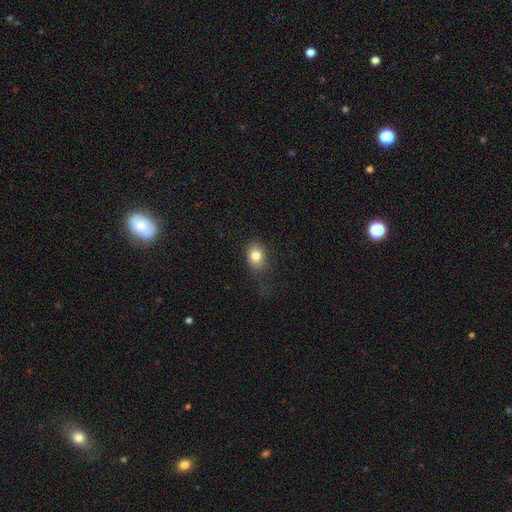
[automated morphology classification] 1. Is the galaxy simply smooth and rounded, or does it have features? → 81% smooth, 11% star or artifact, 8% featured or disk.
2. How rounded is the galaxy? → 54% in between, 45% round, 1% cigar-shaped.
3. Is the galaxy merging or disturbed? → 69% none, 21% minor disturbance, 9% major disturbance, 1% merger.